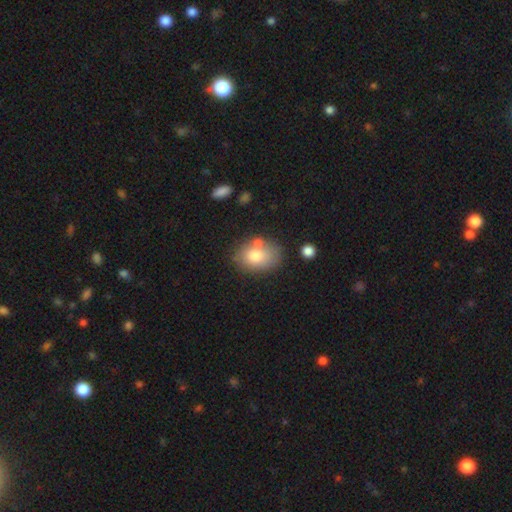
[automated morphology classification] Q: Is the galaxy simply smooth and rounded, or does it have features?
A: smooth — 77%.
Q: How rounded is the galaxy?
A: in between — 76%.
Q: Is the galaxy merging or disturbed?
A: none — 65%.